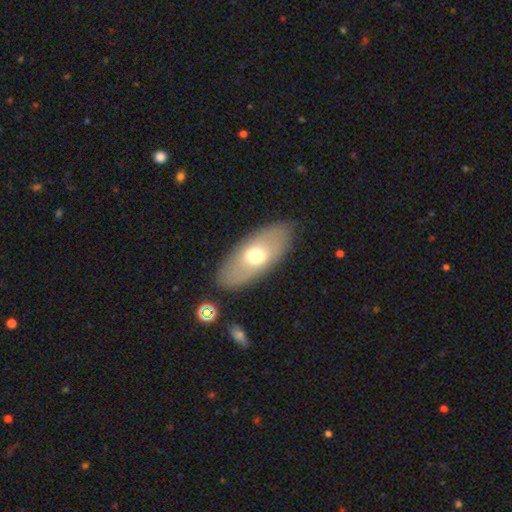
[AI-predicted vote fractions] smooth_or_featured: smooth (p=0.57) [alt: featured or disk p=0.36]
how_rounded: in between (p=0.86) [alt: cigar-shaped p=0.09]
merging: none (p=0.85) [alt: minor disturbance p=0.09]